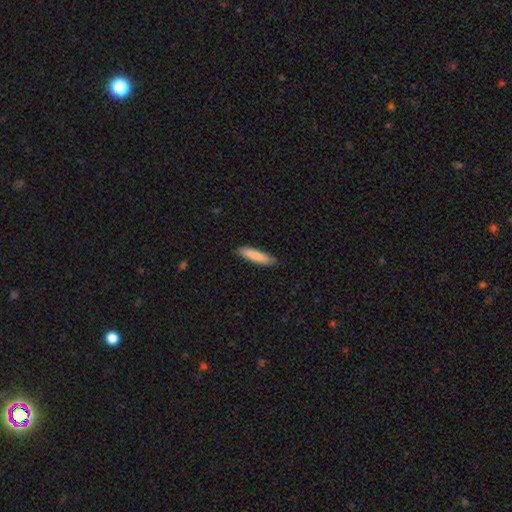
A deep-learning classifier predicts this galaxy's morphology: Q: Smooth or featured?
A: smooth (83%); runner-up: featured or disk (11%)
Q: How rounded?
A: cigar-shaped (82%); runner-up: in between (17%)
Q: Merging?
A: none (86%); runner-up: minor disturbance (11%)